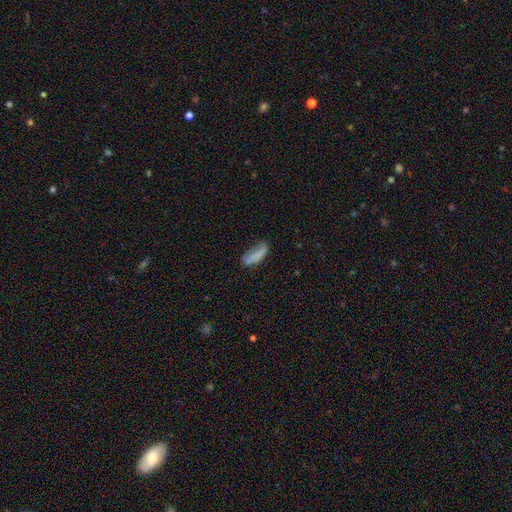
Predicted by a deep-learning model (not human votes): Smooth or featured? smooth (74%)
How rounded? in between (64%)
Merging? none (47%)